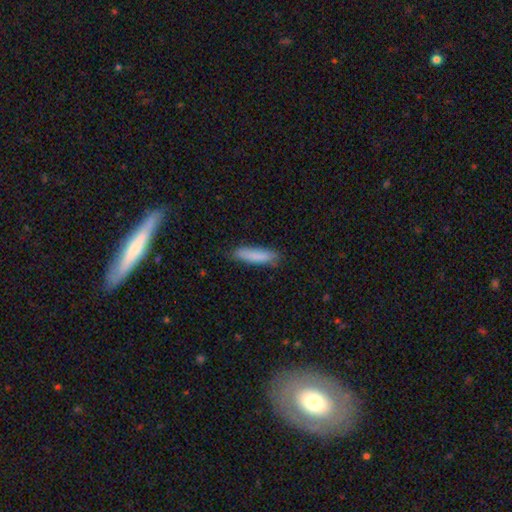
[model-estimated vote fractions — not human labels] A smooth galaxy with no disk features (85%) that is cigar-shaped (76%). Merging: none (81%).